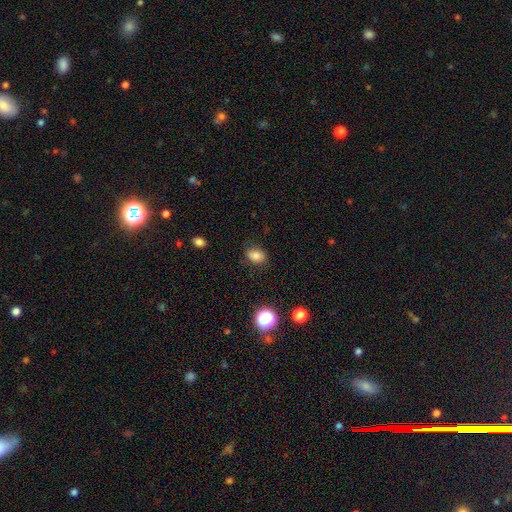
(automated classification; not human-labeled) Smooth or featured? smooth (82%)
How rounded? in between (68%)
Merging? none (81%)